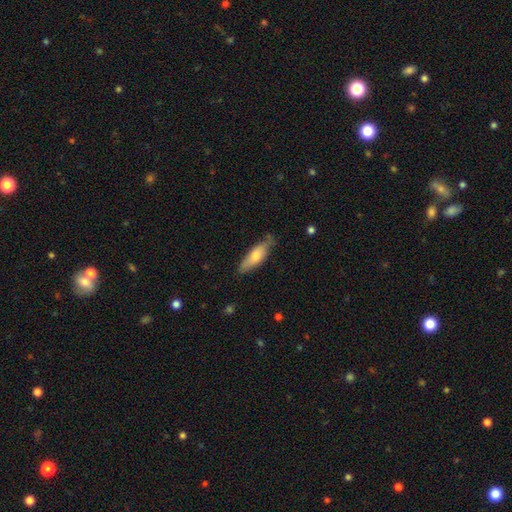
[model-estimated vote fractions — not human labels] Q: Smooth or featured?
A: smooth (70%); runner-up: featured or disk (24%)
Q: How rounded?
A: in between (50%); runner-up: cigar-shaped (48%)
Q: Merging?
A: none (71%); runner-up: minor disturbance (23%)